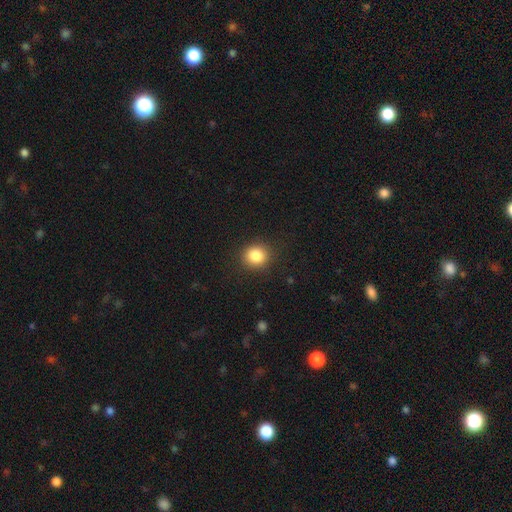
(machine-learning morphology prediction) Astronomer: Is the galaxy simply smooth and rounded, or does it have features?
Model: smooth — 86%.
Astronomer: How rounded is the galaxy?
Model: round — 85%.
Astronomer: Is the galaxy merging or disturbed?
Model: none — 89%.